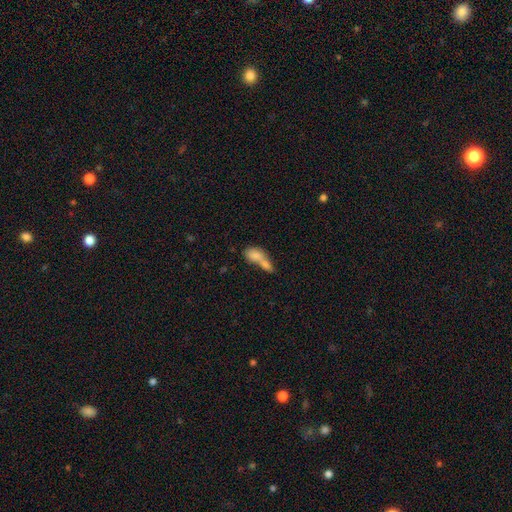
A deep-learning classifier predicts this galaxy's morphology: Smooth or featured: smooth — 76% (featured or disk — 16%)
How rounded: in between — 77% (round — 13%)
Merging: merger — 72% (none — 16%)